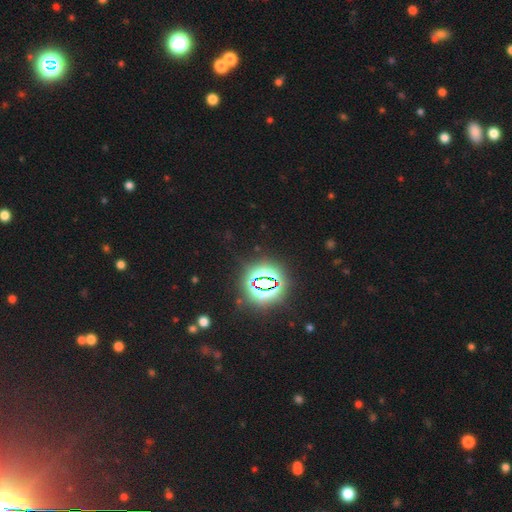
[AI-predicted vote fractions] Smooth or featured: star or artifact — 80% (smooth — 12%)